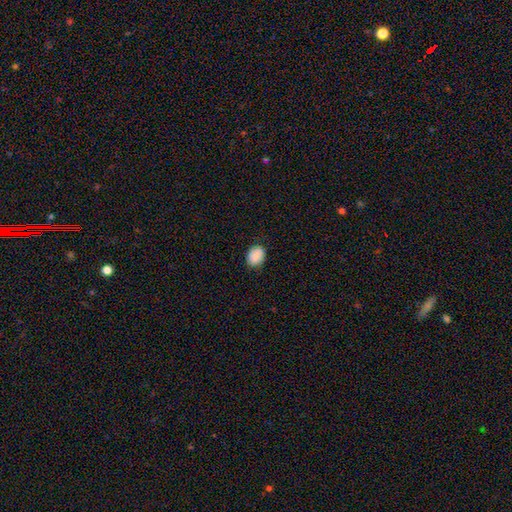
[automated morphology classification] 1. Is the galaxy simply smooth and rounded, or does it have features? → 86% smooth, 8% star or artifact, 6% featured or disk.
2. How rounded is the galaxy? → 56% in between, 43% round, 1% cigar-shaped.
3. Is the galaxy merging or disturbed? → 82% none, 15% minor disturbance, 2% major disturbance, 1% merger.